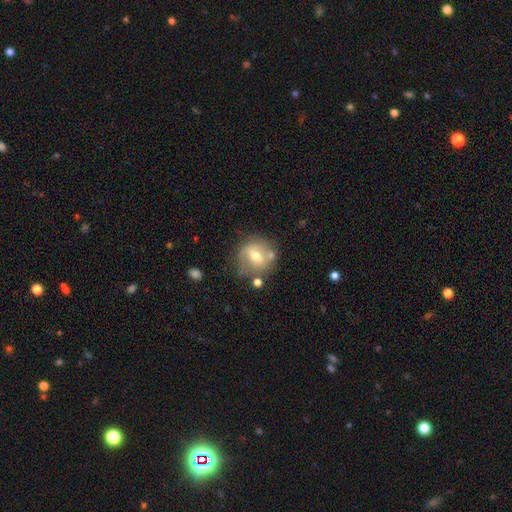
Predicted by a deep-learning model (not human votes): A smooth galaxy with no disk features (50%). Merging: none (60%).